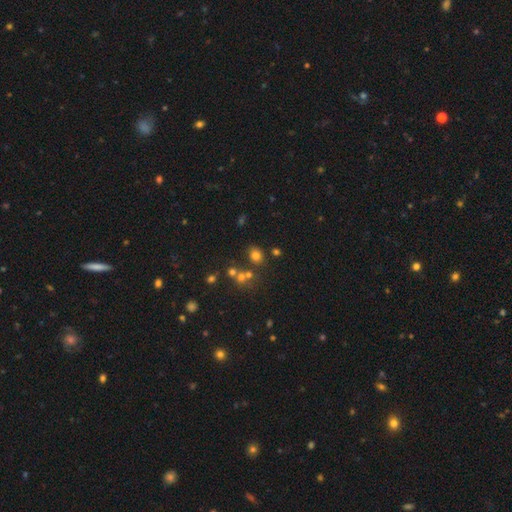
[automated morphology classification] type=smooth (71%); roundness=round (63%); merging=none (69%).